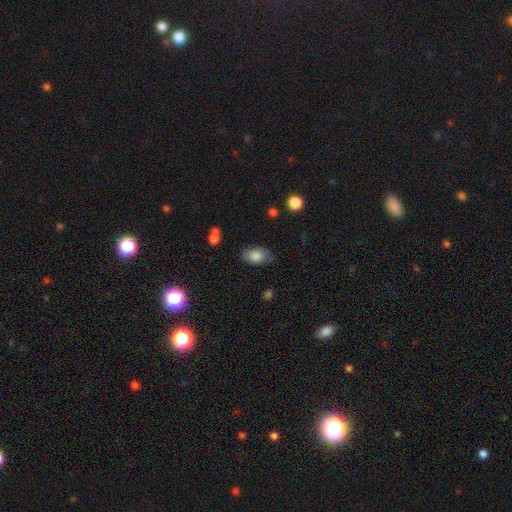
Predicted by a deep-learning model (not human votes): Smooth or featured? smooth (83%)
How rounded? in between (90%)
Merging? none (74%)